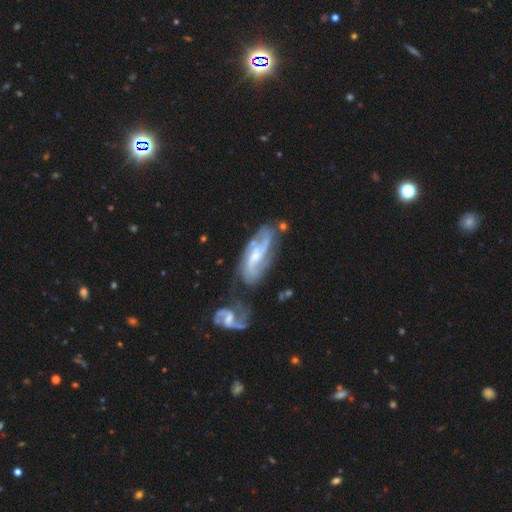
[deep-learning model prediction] A featured or disk galaxy (85%) with a weak bar (45%), 2 (57%) medium (47%) spiral arms (96%) and a small central bulge (55%).

Vote fractions:
- Smooth or featured? featured or disk: 85% / smooth: 9% / star or artifact: 6%
- Edge-on disk? no: 92% / yes: 8%
- Bar? weak: 45% / no: 40% / strong: 15%
- Spiral arms? yes: 96% / no: 4%
- Spiral winding? medium: 47% / loose: 29% / tight: 24%
- Spiral arm count? 2: 57% / 3: 16% / can't tell: 15% / 4: 4% / 1: 4% / more than 4: 3%
- Bulge size? small: 55% / moderate: 37% / none: 5% / large: 2% / dominant: 1%
- Merging? none: 46% / merger: 25% / minor disturbance: 18% / major disturbance: 10%